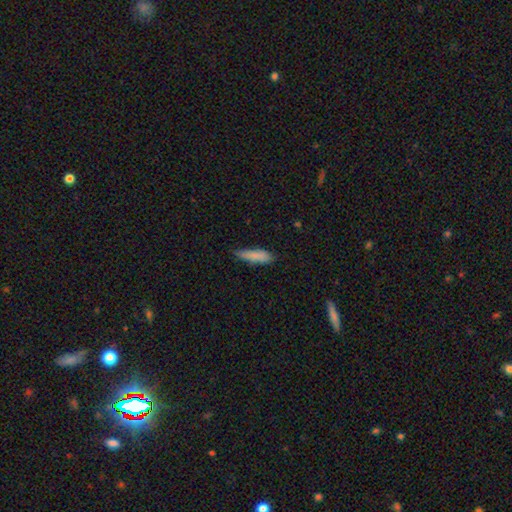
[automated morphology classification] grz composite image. It shows a smooth galaxy with no disk features (83%) that is cigar-shaped (69%). Merging: none (66%).